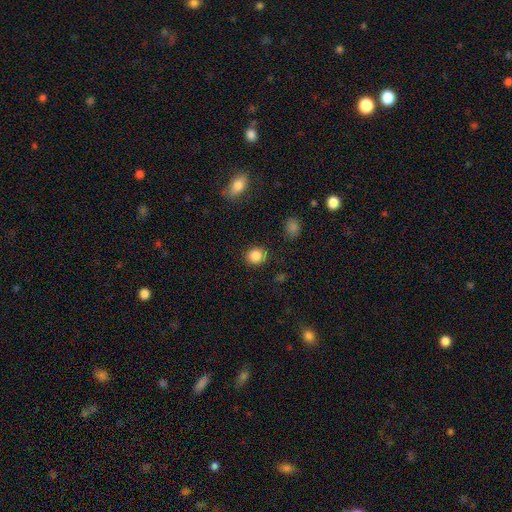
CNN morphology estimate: A smooth galaxy with no disk features (86%) that is round (83%).

Vote fractions:
- Smooth or featured? smooth: 86% / star or artifact: 10% / featured or disk: 4%
- How rounded? round: 83% / in between: 16% / cigar-shaped: 1%
- Merging? none: 88% / minor disturbance: 8% / major disturbance: 3% / merger: 2%